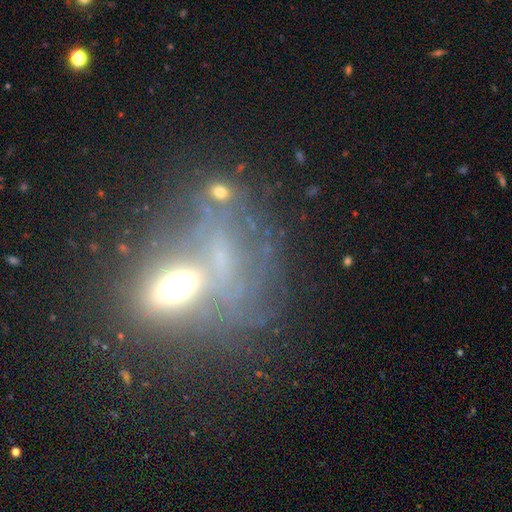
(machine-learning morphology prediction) type=featured or disk (42%); merging=none (40%).